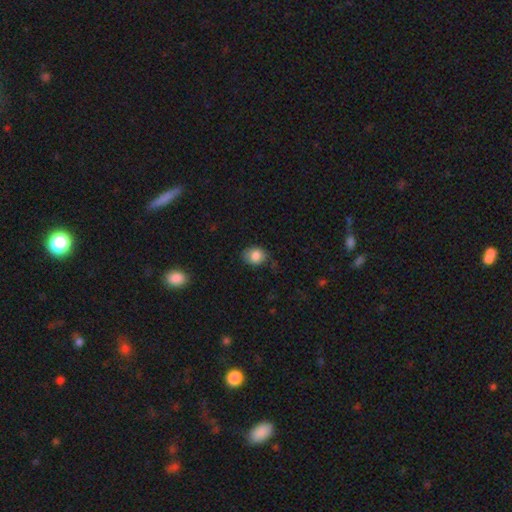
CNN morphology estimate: smooth_or_featured: smooth (p=0.84) [alt: star or artifact p=0.09]
how_rounded: in between (p=0.53) [alt: round p=0.46]
merging: none (p=0.73) [alt: minor disturbance p=0.21]